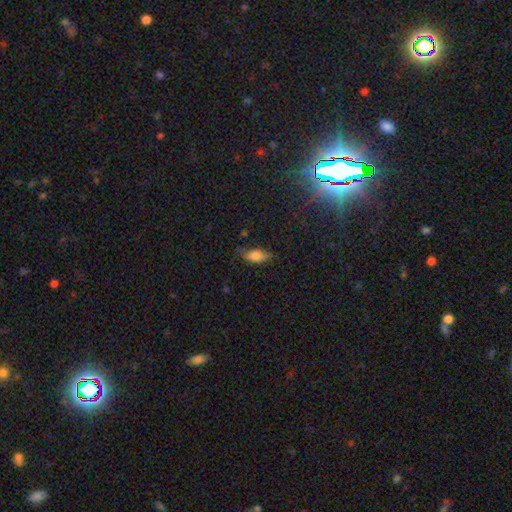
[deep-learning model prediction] Smooth or featured: smooth — 79% (featured or disk — 12%)
How rounded: in between — 85% (cigar-shaped — 12%)
Merging: none — 67% (minor disturbance — 25%)